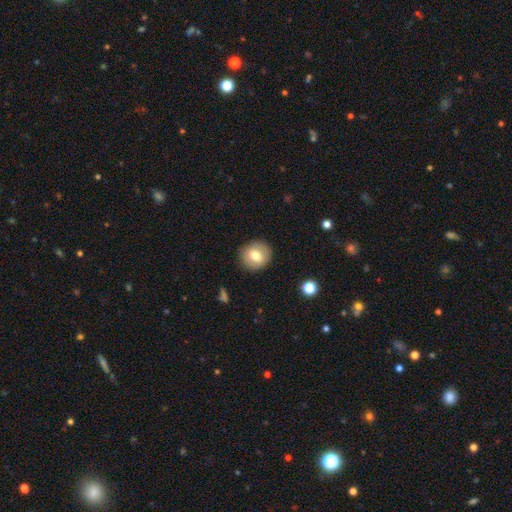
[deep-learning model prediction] smooth 74%, featured or disk 17%, star or artifact 9%. Down the decision tree: how rounded — round (86%); merging — none (88%).